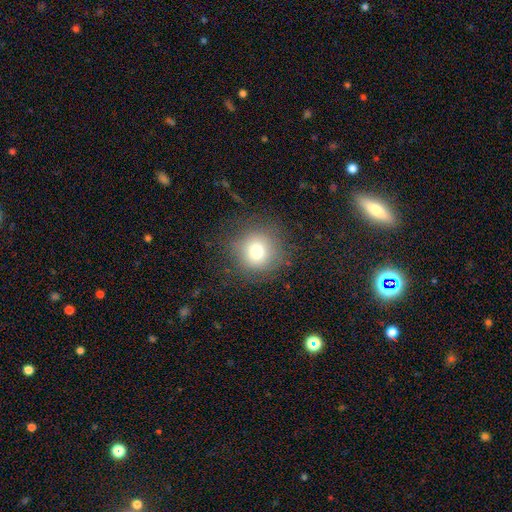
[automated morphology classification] Smooth or featured? smooth (73%)
How rounded? round (93%)
Merging? none (83%)